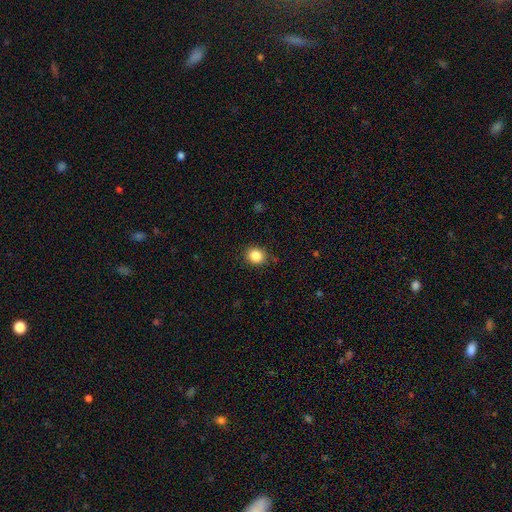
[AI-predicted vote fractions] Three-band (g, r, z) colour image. It shows a smooth galaxy with no disk features (86%) that is round (73%). Merging: none (87%).